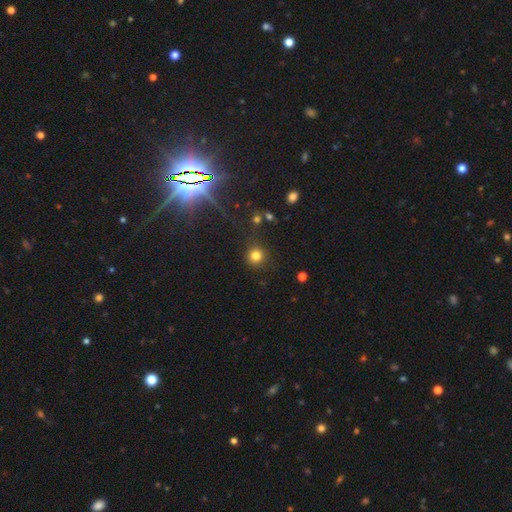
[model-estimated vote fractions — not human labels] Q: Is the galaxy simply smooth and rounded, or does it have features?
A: smooth — 79%.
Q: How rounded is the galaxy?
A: round — 94%.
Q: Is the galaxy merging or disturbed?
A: none — 85%.